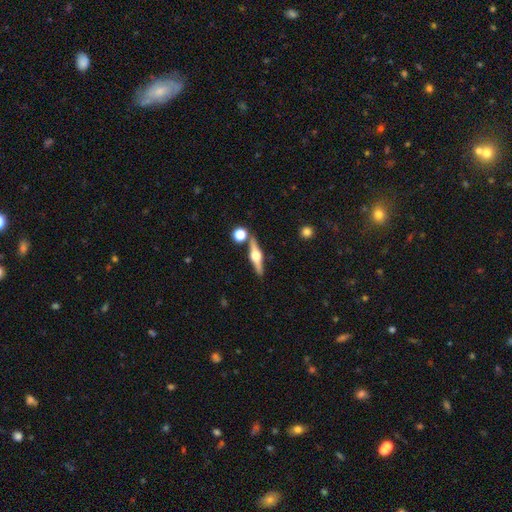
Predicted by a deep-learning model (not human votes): Morphology: type=featured or disk (78%); edge-on=yes (97%); edge-on bulge=rounded (96%); merging=none (84%).